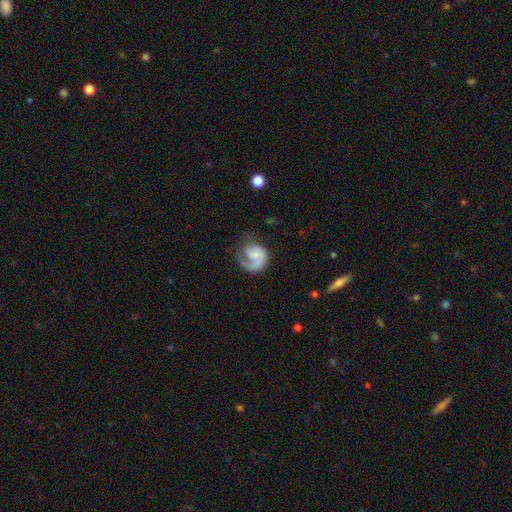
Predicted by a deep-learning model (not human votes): Smooth or featured?
  - featured or disk: 67% *
  - smooth: 26%
  - star or artifact: 7%
Edge-on disk?
  - no: 98% *
  - yes: 2%
Bar?
  - no: 63% *
  - weak: 30%
  - strong: 7%
Spiral arms?
  - yes: 89% *
  - no: 11%
Spiral winding?
  - medium: 38% *
  - tight: 31%
  - loose: 31%
Spiral arm count?
  - 1: 76% *
  - 2: 14%
  - can't tell: 6%
  - 3: 2%
  - 4: 1%
  - more than 4: 1%
Bulge size?
  - none: 47% *
  - small: 30%
  - moderate: 15%
  - large: 6%
  - dominant: 2%
Merging?
  - none: 45% *
  - major disturbance: 34%
  - minor disturbance: 19%
  - merger: 3%